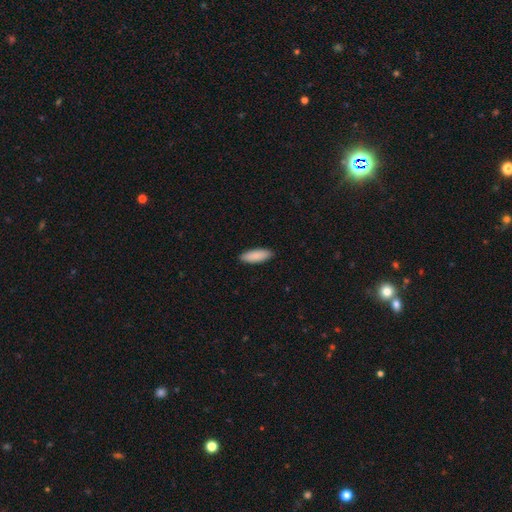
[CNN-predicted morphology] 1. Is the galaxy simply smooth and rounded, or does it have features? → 90% smooth, 5% star or artifact, 5% featured or disk.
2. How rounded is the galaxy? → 67% in between, 31% cigar-shaped, 2% round.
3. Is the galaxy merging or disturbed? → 90% none, 7% minor disturbance, 1% major disturbance, 1% merger.